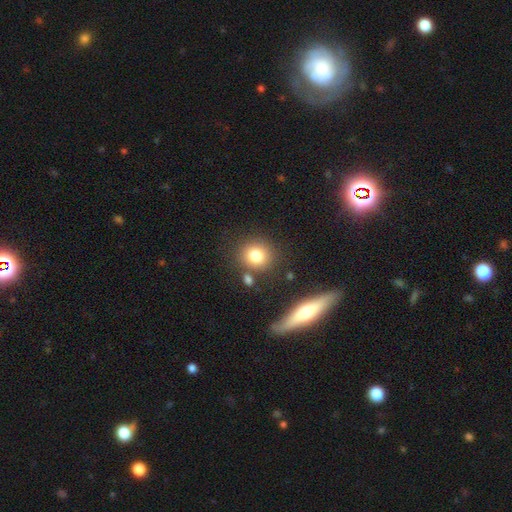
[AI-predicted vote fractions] Smooth or featured? Predicted: smooth (p=0.79). How rounded? Predicted: round (p=0.84). Merging? Predicted: none (p=0.77).